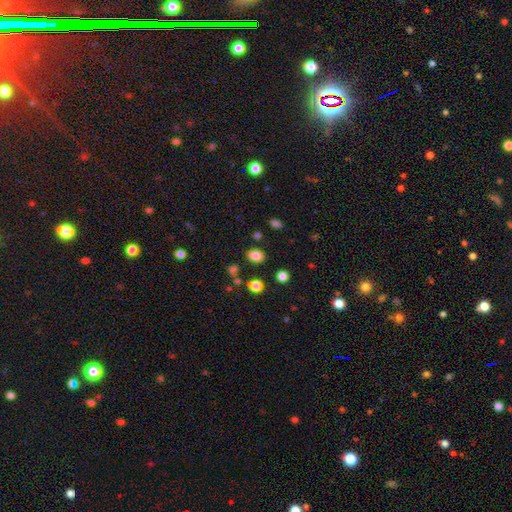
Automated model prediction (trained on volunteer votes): Q: Smooth or featured?
A: smooth (83%); runner-up: star or artifact (13%)
Q: How rounded?
A: in between (60%); runner-up: round (39%)
Q: Merging?
A: none (82%); runner-up: minor disturbance (10%)